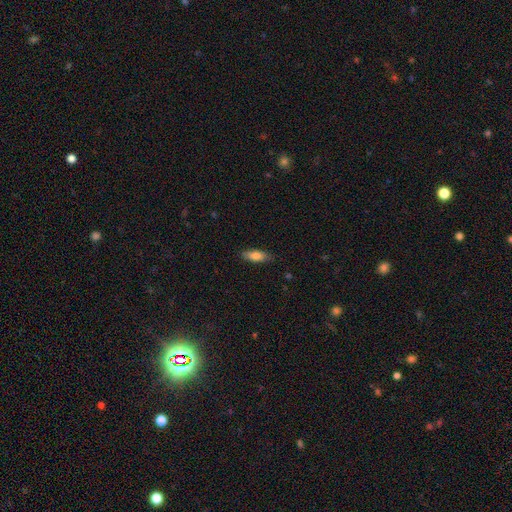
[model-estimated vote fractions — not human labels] smooth_or_featured: smooth (p=0.79) [alt: featured or disk p=0.14]
how_rounded: in between (p=0.63) [alt: cigar-shaped p=0.35]
merging: none (p=0.84) [alt: minor disturbance p=0.13]